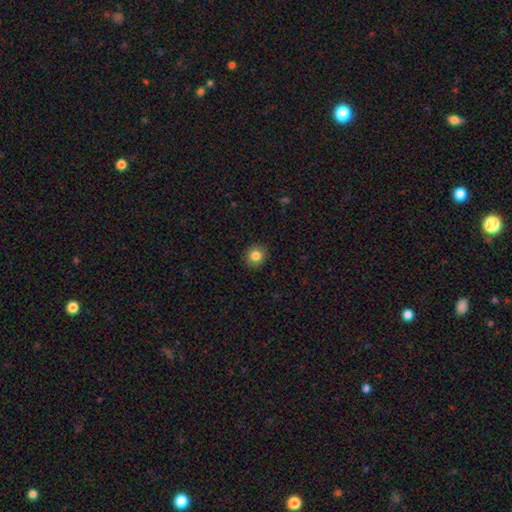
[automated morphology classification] smooth_or_featured: smooth (p=0.83) [alt: star or artifact p=0.10]
how_rounded: round (p=0.85) [alt: in between p=0.14]
merging: none (p=0.91) [alt: minor disturbance p=0.06]